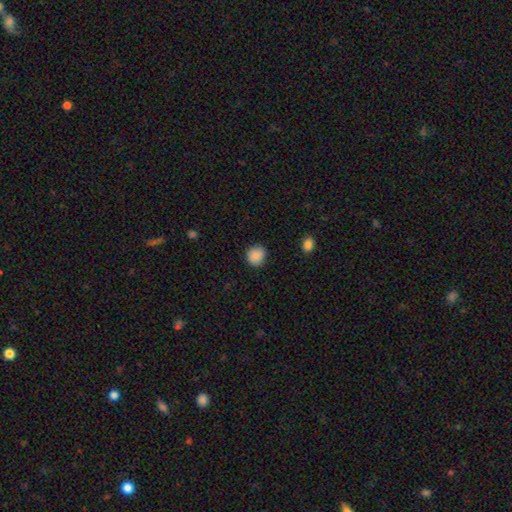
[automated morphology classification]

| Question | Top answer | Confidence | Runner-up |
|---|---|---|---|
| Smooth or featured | smooth | 88% | star or artifact (8%) |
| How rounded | round | 85% | in between (14%) |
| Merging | none | 85% | minor disturbance (11%) |